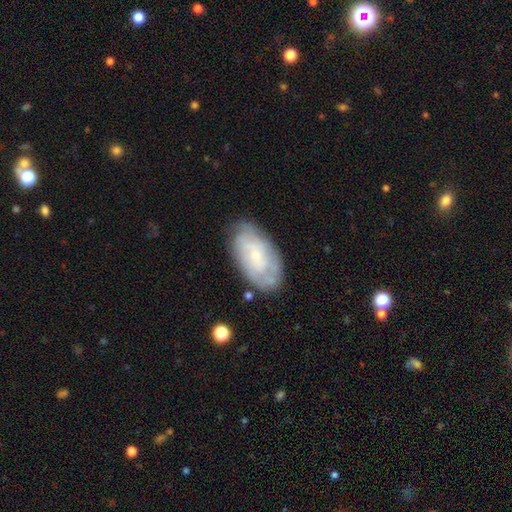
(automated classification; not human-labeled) Smooth or featured? Predicted: featured or disk (p=0.51). Edge-on disk? Predicted: no (p=0.92). Merging? Predicted: none (p=0.73).